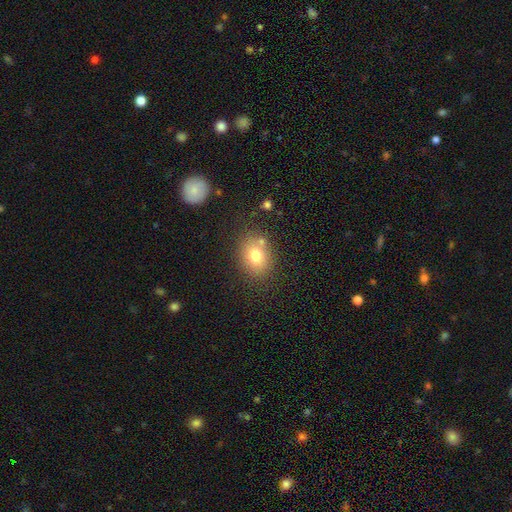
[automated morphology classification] A smooth galaxy with no disk features (77%) that is in between round and cigar-shaped (52%). Merging: none (75%).